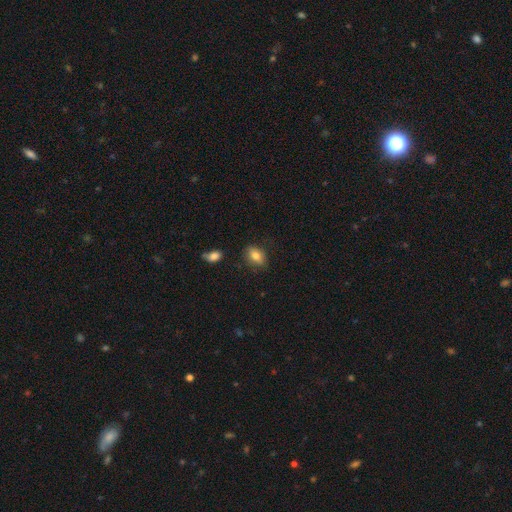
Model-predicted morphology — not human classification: smooth 81%, featured or disk 10%, star or artifact 9%. Down the decision tree: how rounded — in between (81%); merging — none (79%).